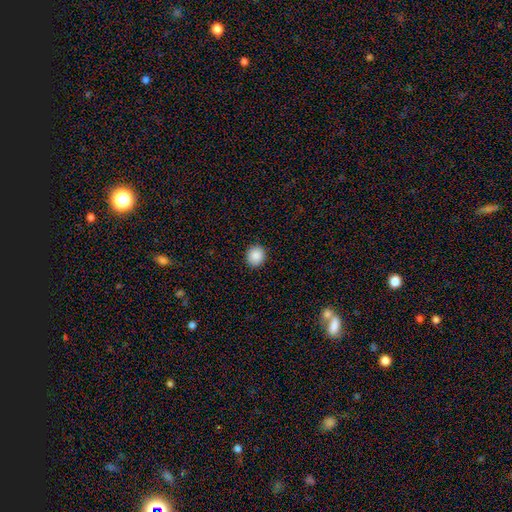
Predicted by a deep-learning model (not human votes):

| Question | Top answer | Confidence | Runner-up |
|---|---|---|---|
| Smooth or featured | smooth | 89% | star or artifact (9%) |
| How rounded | round | 86% | in between (14%) |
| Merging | none | 92% | minor disturbance (6%) |